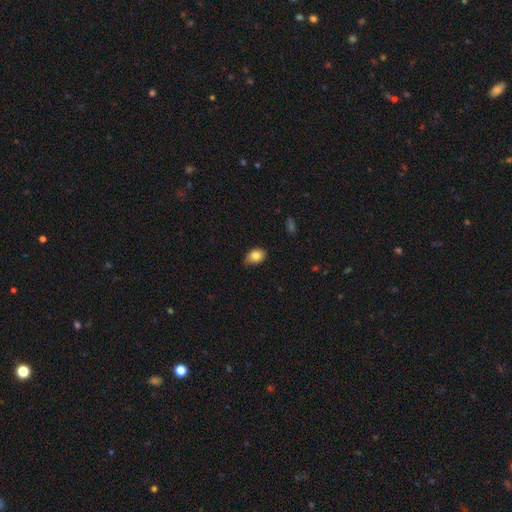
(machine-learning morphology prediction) This is clearly a smooth galaxy (83%). How rounded: likely in between (77%). Merging: likely none (69%).